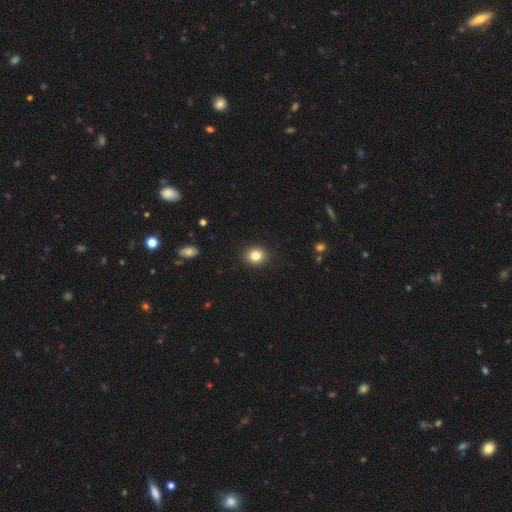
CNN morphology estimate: Overall: smooth (84%). How rounded: round (73%). Merging: none (91%).